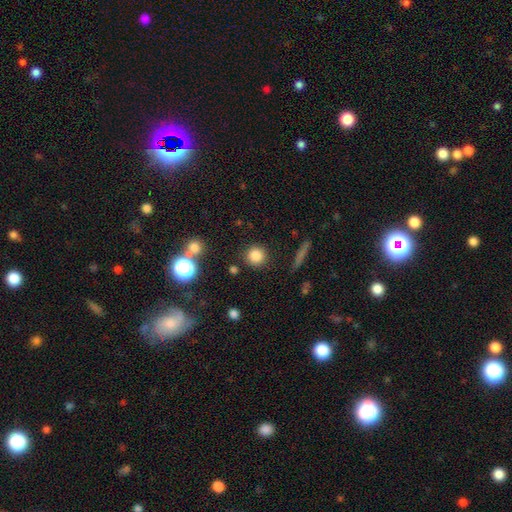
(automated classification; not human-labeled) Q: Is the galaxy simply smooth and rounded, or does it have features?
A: smooth — 82%.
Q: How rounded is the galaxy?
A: round — 92%.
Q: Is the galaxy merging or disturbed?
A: none — 86%.